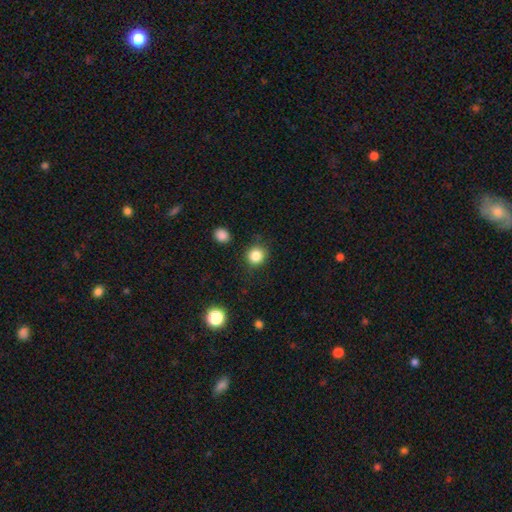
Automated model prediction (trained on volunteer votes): Smooth or featured: smooth — 84% (star or artifact — 11%)
How rounded: round — 89% (in between — 11%)
Merging: none — 85% (minor disturbance — 9%)